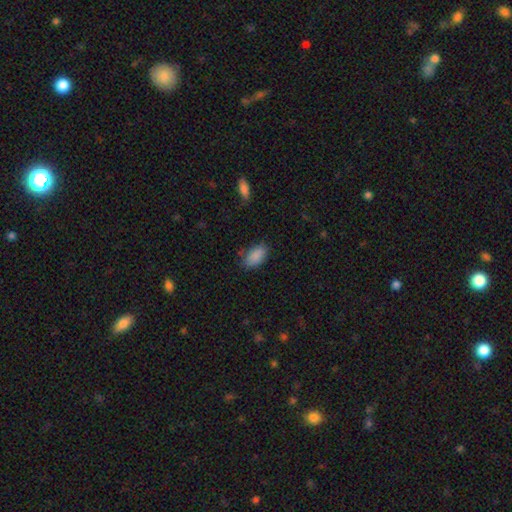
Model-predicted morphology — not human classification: smooth-or-featured: smooth: 88% | star or artifact: 8% | featured or disk: 5%
  how-rounded: in between: 93% | round: 4% | cigar-shaped: 3%
  merging: none: 74% | minor disturbance: 20% | major disturbance: 5% | merger: 2%